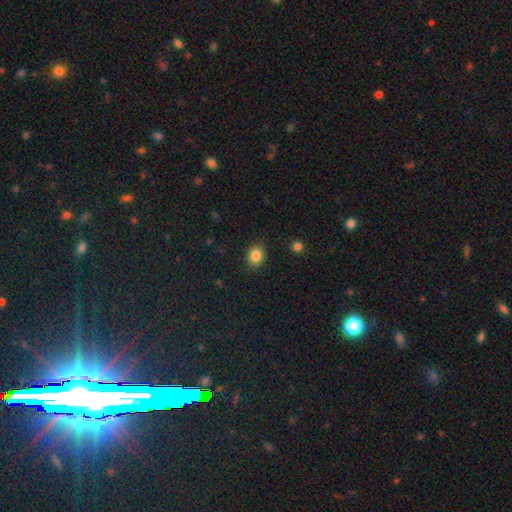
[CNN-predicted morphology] A smooth galaxy with no disk features (85%) that is round (59%).

Vote fractions:
- Smooth or featured? smooth: 85% / star or artifact: 10% / featured or disk: 5%
- How rounded? round: 59% / in between: 40% / cigar-shaped: 1%
- Merging? none: 89% / minor disturbance: 7% / major disturbance: 2% / merger: 1%